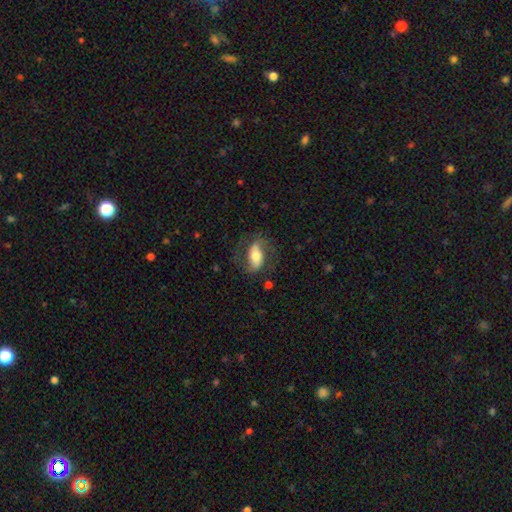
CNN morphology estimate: featured or disk 56%, smooth 38%, star or artifact 7%. Down the decision tree: edge-on disk — no (89%); merging — none (68%).